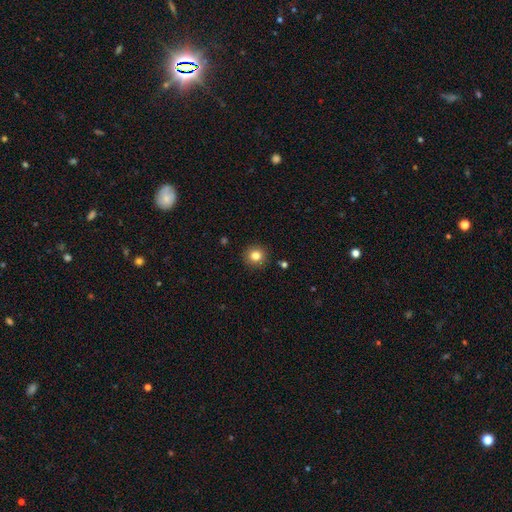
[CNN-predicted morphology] A smooth galaxy with no disk features (82%) that is round (92%). Merging: none (91%).